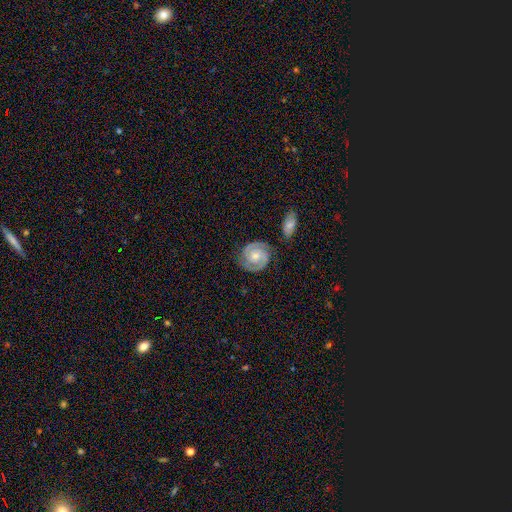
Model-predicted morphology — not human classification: featured or disk 85%, smooth 10%, star or artifact 5%. Down the decision tree: edge-on disk — no (98%); bar — no (63%); spiral arms — yes (98%); spiral arm count — 2 (91%); spiral winding — tight (62%); bulge size — moderate (56%); merging — none (79%).